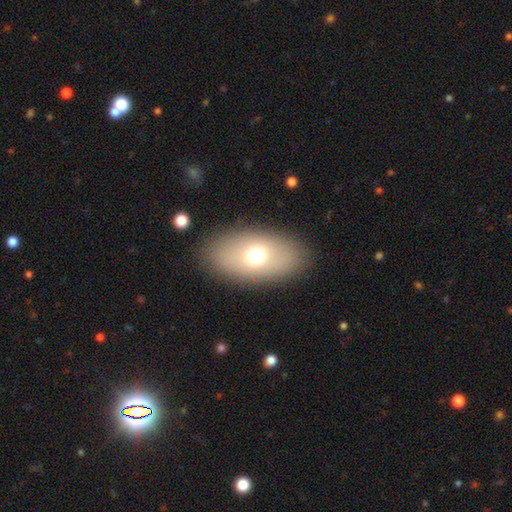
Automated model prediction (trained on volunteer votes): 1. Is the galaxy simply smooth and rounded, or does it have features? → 68% smooth, 23% featured or disk, 10% star or artifact.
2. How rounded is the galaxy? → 90% in between, 8% round, 2% cigar-shaped.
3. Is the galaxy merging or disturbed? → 86% none, 9% minor disturbance, 4% major disturbance, 1% merger.